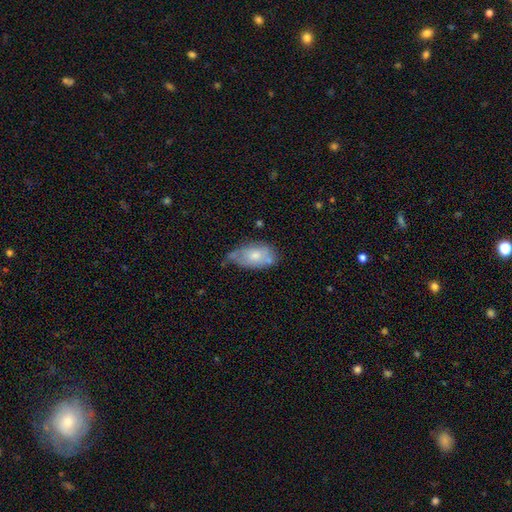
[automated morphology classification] A smooth galaxy with no disk features (61%) that is in between round and cigar-shaped (92%).

Vote fractions:
- Smooth or featured? smooth: 61% / featured or disk: 32% / star or artifact: 7%
- How rounded? in between: 92% / round: 4% / cigar-shaped: 3%
- Merging? none: 40% / minor disturbance: 39% / major disturbance: 12% / merger: 10%